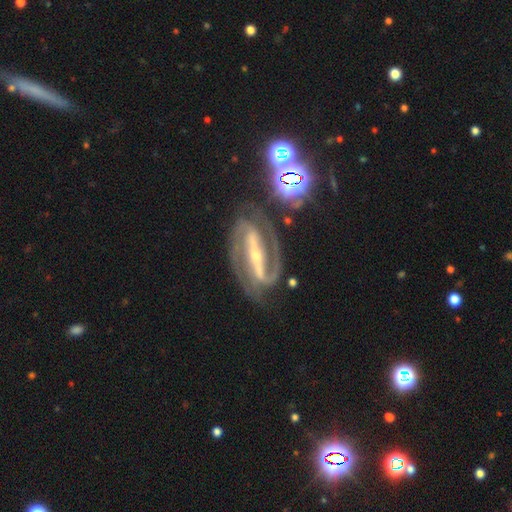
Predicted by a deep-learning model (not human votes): Q: Smooth or featured?
A: featured or disk (91%); runner-up: star or artifact (5%)
Q: Edge-on disk?
A: no (94%); runner-up: yes (6%)
Q: Bar?
A: strong (84%); runner-up: weak (11%)
Q: Spiral arms?
A: yes (97%); runner-up: no (3%)
Q: Spiral winding?
A: medium (48%); runner-up: tight (42%)
Q: Spiral arm count?
A: 2 (93%); runner-up: can't tell (2%)
Q: Bulge size?
A: small (68%); runner-up: moderate (27%)
Q: Merging?
A: none (79%); runner-up: minor disturbance (13%)